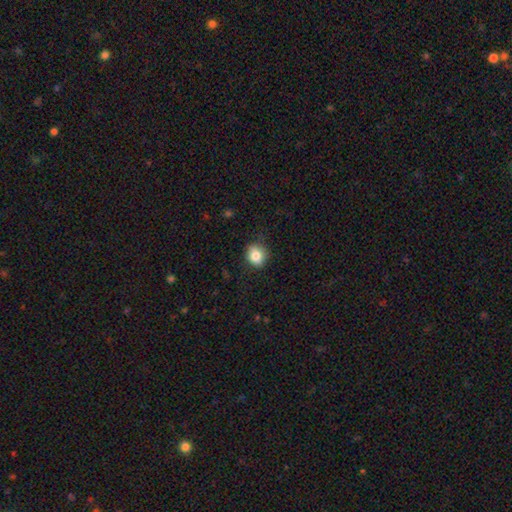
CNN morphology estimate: Overall: smooth (82%). How rounded: round (66%; in between 33%). Merging: none (80%).